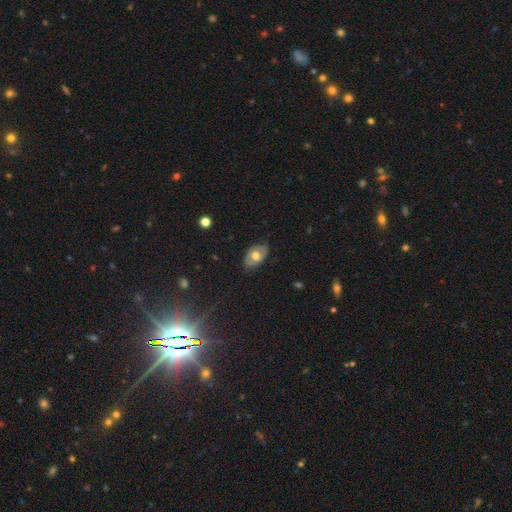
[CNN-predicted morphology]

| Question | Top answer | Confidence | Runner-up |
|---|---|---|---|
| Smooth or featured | smooth | 54% | featured or disk (39%) |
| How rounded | in between | 87% | round (12%) |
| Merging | none | 77% | minor disturbance (18%) |